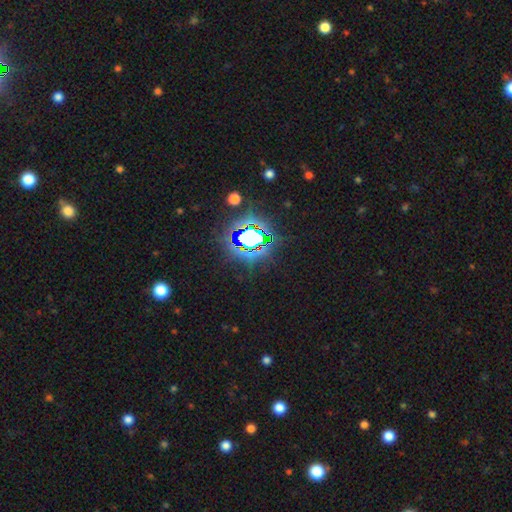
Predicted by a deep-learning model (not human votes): star or artifact 85%, smooth 9%, featured or disk 7%.